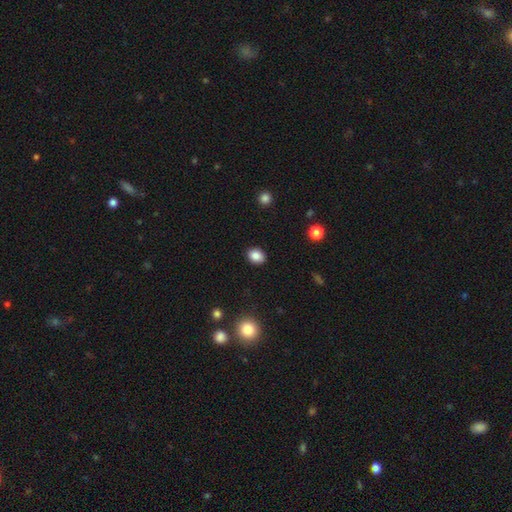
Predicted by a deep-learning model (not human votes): smooth 86%, star or artifact 10%, featured or disk 4%. Down the decision tree: how rounded — in between (51%); merging — none (90%).